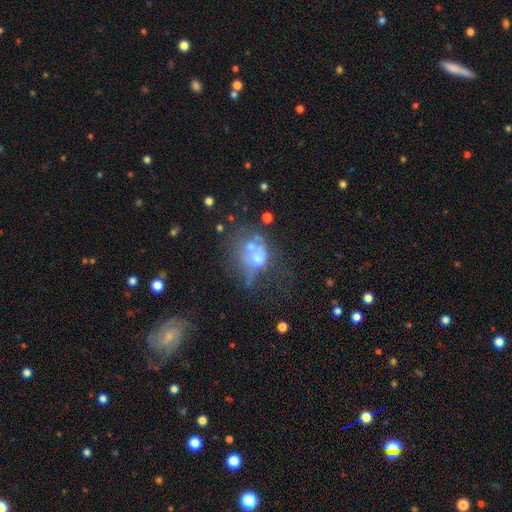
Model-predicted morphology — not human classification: smooth_or_featured: smooth (p=0.48) [alt: featured or disk p=0.38]
merging: merger (p=0.35) [alt: major disturbance p=0.28]